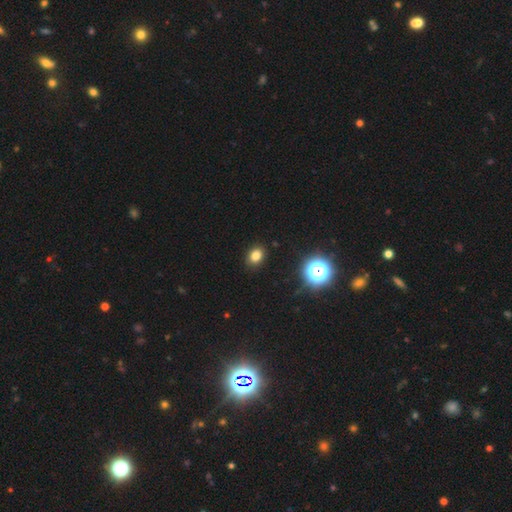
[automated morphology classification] A smooth galaxy with no disk features (80%) that is in between round and cigar-shaped (55%).

Vote fractions:
- Smooth or featured? smooth: 80% / star or artifact: 15% / featured or disk: 5%
- How rounded? in between: 55% / round: 44% / cigar-shaped: 1%
- Merging? none: 89% / minor disturbance: 7% / major disturbance: 2% / merger: 1%